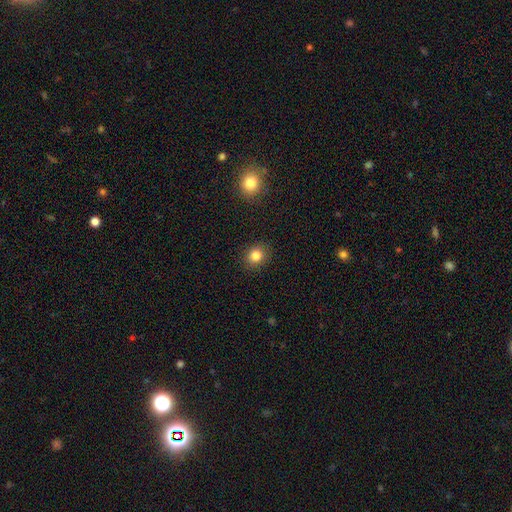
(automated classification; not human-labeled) A smooth galaxy with no disk features (83%) that is round (73%).

Vote fractions:
- Smooth or featured? smooth: 83% / star or artifact: 11% / featured or disk: 6%
- How rounded? round: 73% / in between: 26% / cigar-shaped: 1%
- Merging? none: 89% / minor disturbance: 7% / major disturbance: 2% / merger: 1%